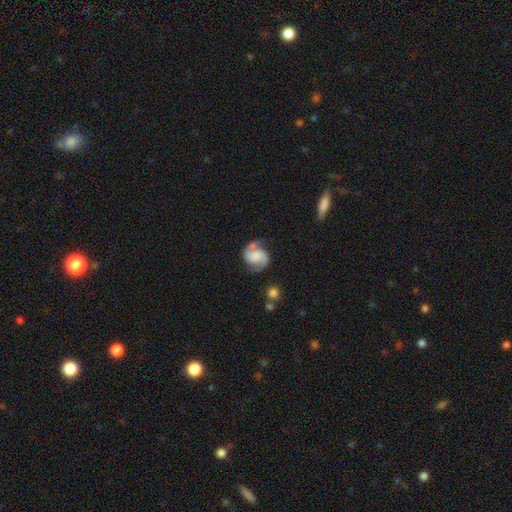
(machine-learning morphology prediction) Smooth or featured? featured or disk (84%)
Edge-on disk? no (98%)
Bar? no (54%)
Spiral arms? yes (97%)
Spiral winding? medium (52%)
Spiral arm count? 2 (93%)
Bulge size? none (40%)
Merging? none (69%)